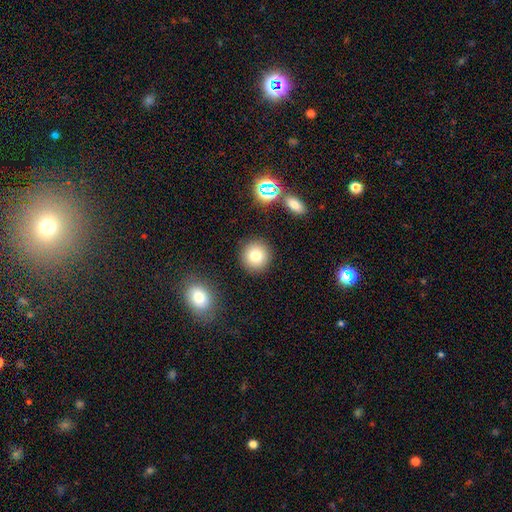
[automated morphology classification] The model was most divided on "smooth or featured": smooth: 78%, star or artifact: 12%, featured or disk: 9%. More confident: how rounded — round (93%); merging — none (89%).